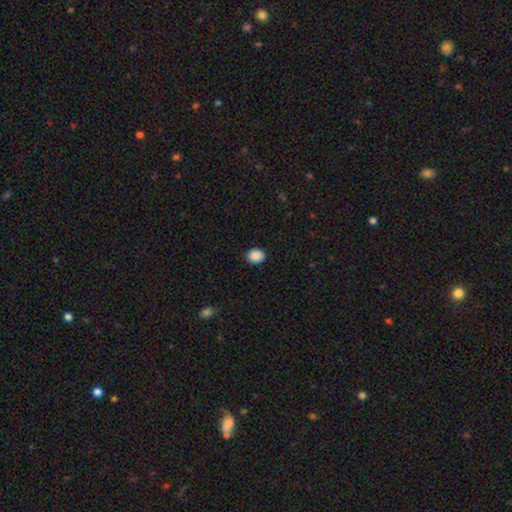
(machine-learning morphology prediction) This appears to be a smooth galaxy with no disk features (89%) that is round (52%). Merging: none (90%).